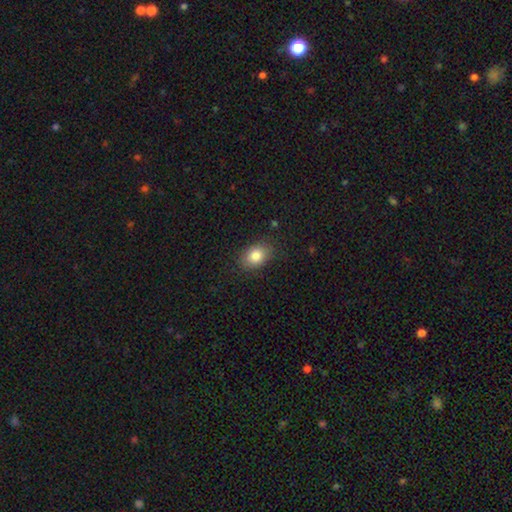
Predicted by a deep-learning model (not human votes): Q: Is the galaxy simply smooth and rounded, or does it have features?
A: smooth — 84%.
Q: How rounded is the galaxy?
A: in between — 75%.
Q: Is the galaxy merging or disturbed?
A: none — 84%.